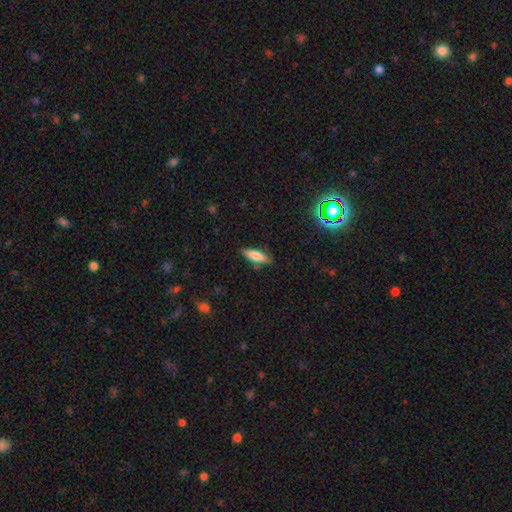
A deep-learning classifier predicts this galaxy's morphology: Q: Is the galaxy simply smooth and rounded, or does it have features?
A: smooth — 76%.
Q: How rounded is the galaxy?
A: in between — 50%.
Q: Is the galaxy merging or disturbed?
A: none — 83%.